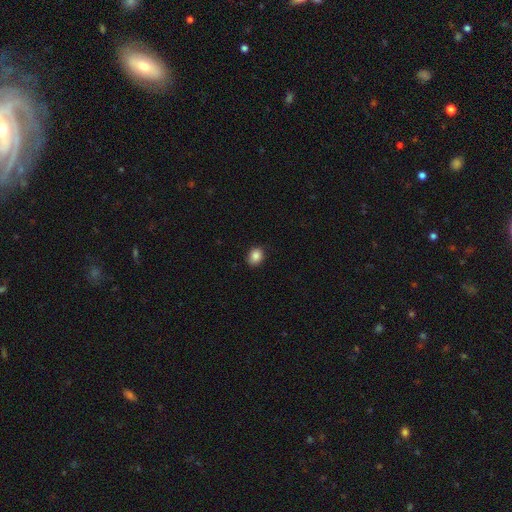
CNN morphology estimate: Smooth or featured?
  - smooth: 86% *
  - star or artifact: 9%
  - featured or disk: 5%
How rounded?
  - in between: 54% *
  - round: 45%
  - cigar-shaped: 1%
Merging?
  - none: 86% *
  - minor disturbance: 11%
  - major disturbance: 2%
  - merger: 1%